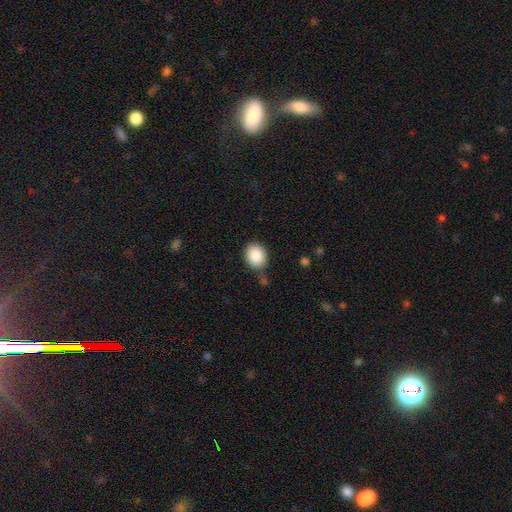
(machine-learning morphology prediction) The model was most divided on "how rounded": round: 61%, in between: 38%, cigar-shaped: 1%. More confident: smooth or featured — smooth (88%); merging — none (79%).